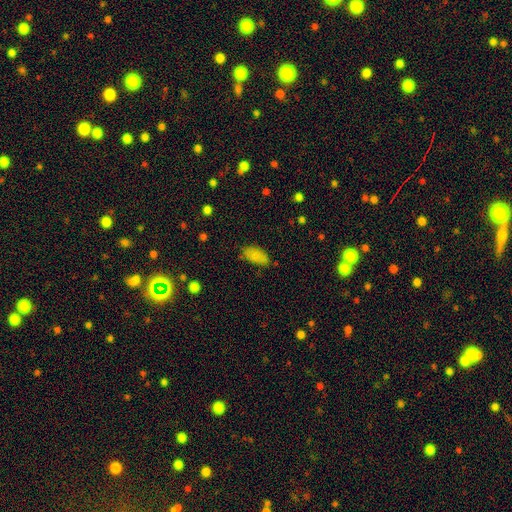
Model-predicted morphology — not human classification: This appears to be a smooth galaxy with no disk features (83%) that is in between round and cigar-shaped (92%). Merging: none (73%).